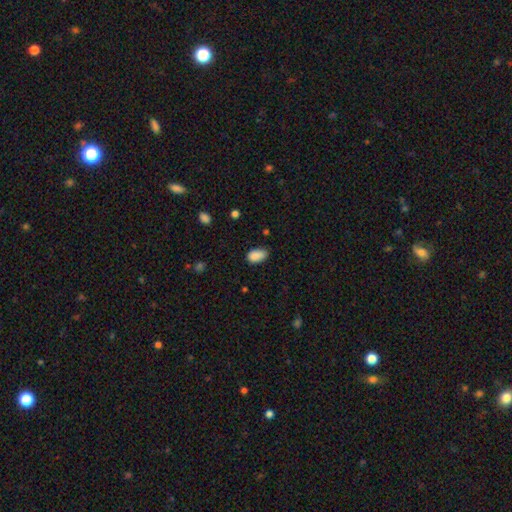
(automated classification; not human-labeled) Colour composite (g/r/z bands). It shows a smooth galaxy with no disk features (87%) that is in between round and cigar-shaped (92%). Merging: none (69%).